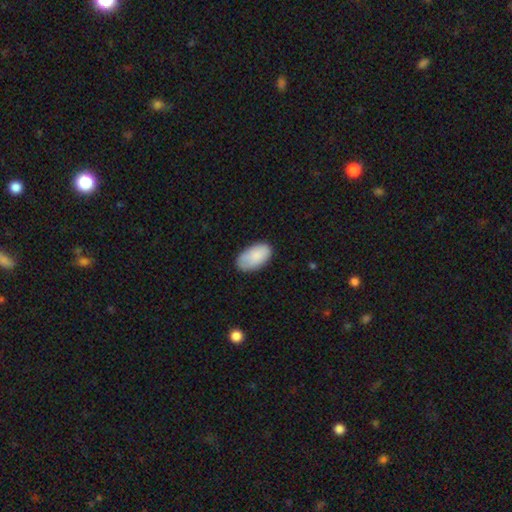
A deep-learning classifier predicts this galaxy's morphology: smooth 86%, featured or disk 8%, star or artifact 6%. Down the decision tree: how rounded — in between (95%); merging — none (77%).